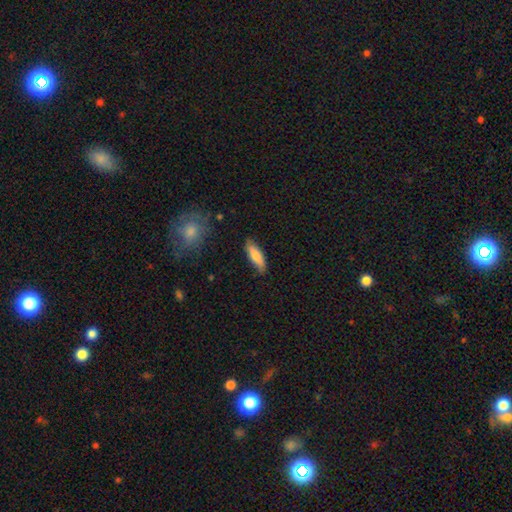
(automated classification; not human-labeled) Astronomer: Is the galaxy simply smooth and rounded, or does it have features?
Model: smooth — 76%.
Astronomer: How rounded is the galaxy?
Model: cigar-shaped — 50% (runner-up: in between, 48%).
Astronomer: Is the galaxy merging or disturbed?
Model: none — 83%.